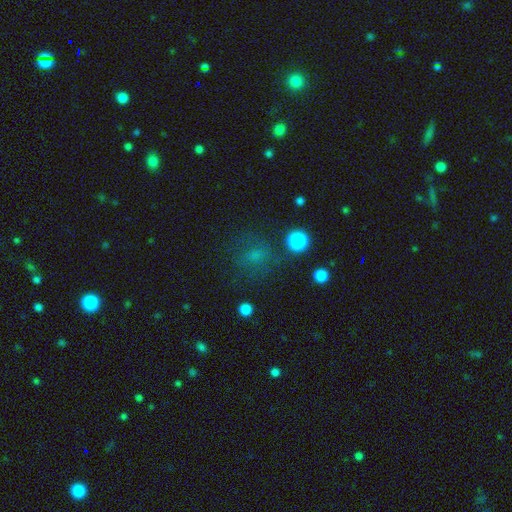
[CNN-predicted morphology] Smooth or featured: smooth — 58% (star or artifact — 26%)
How rounded: round — 73% (in between — 25%)
Merging: none — 67% (minor disturbance — 16%)